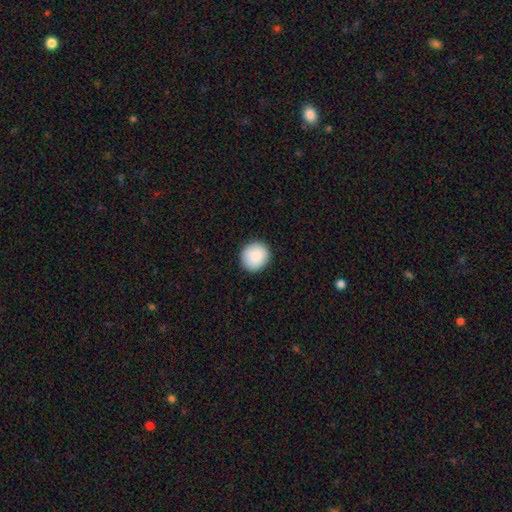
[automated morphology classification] Smooth or featured: smooth — 88% (star or artifact — 7%)
How rounded: round — 90% (in between — 9%)
Merging: none — 90% (minor disturbance — 7%)